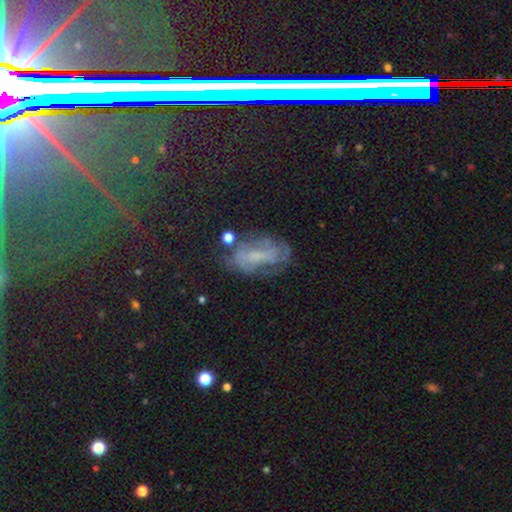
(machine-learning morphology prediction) Smooth or featured?
  - featured or disk: 51% *
  - smooth: 27%
  - star or artifact: 22%
Edge-on disk?
  - no: 89% *
  - yes: 11%
Merging?
  - none: 64% *
  - minor disturbance: 22%
  - major disturbance: 11%
  - merger: 3%